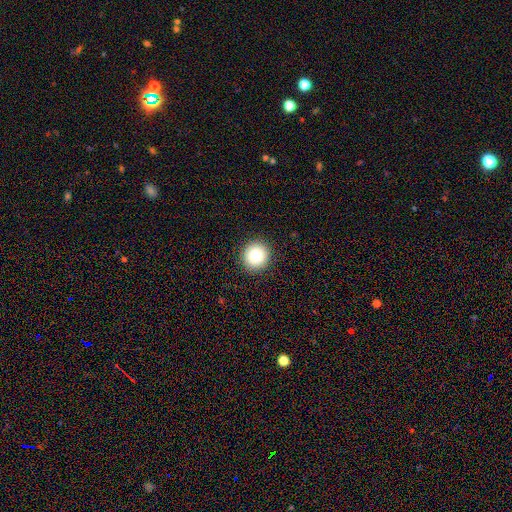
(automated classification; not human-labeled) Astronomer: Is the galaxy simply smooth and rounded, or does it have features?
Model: smooth — 85%.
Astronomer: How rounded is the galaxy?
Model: round — 95%.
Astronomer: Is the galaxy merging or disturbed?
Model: none — 92%.